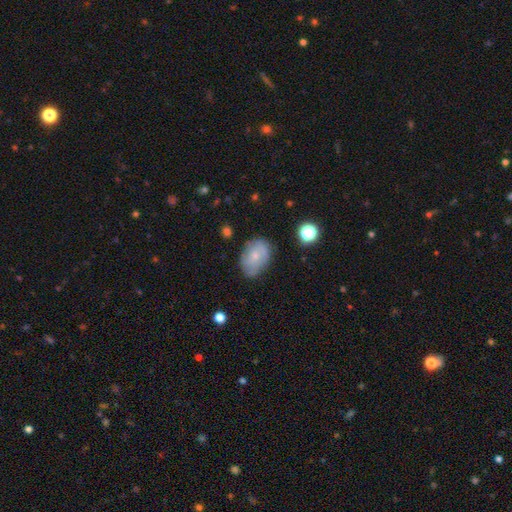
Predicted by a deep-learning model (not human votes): Smooth or featured? smooth (55%)
How rounded? in between (77%)
Merging? none (68%)